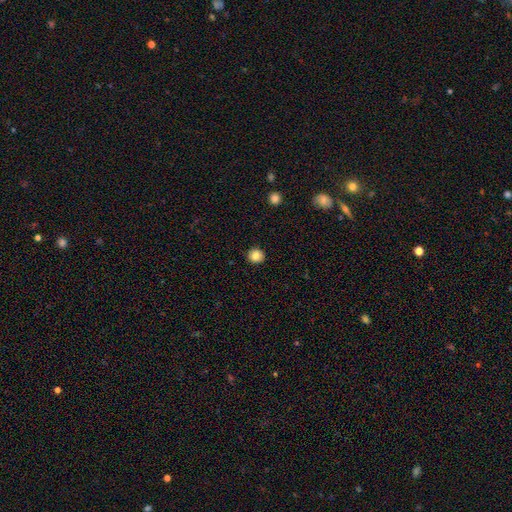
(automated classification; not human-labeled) A smooth galaxy with no disk features (84%) that is round (90%). Merging: none (92%).